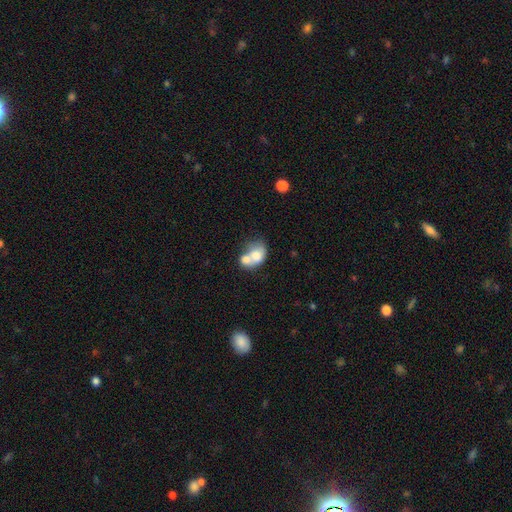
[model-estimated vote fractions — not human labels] Smooth or featured? smooth (68%)
How rounded? in between (66%)
Merging? merger (68%)